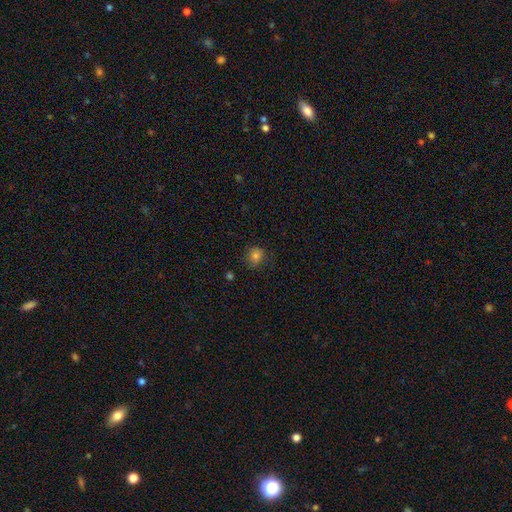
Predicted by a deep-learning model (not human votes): Smooth or featured? Predicted: smooth (p=0.81). How rounded? Predicted: round (p=0.84). Merging? Predicted: none (p=0.81).